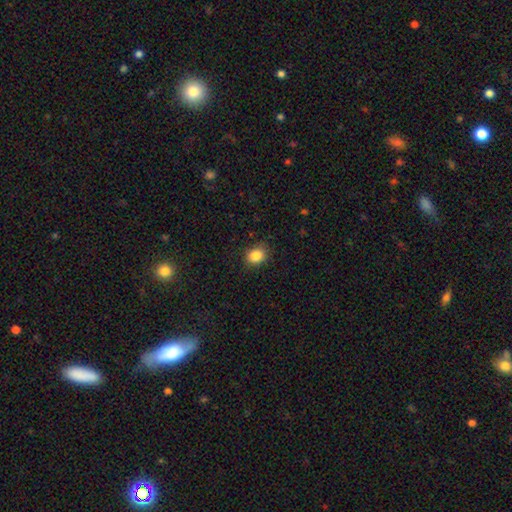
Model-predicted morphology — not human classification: Overall: smooth (86%). How rounded: round (51%; in between 48%). Merging: none (85%).